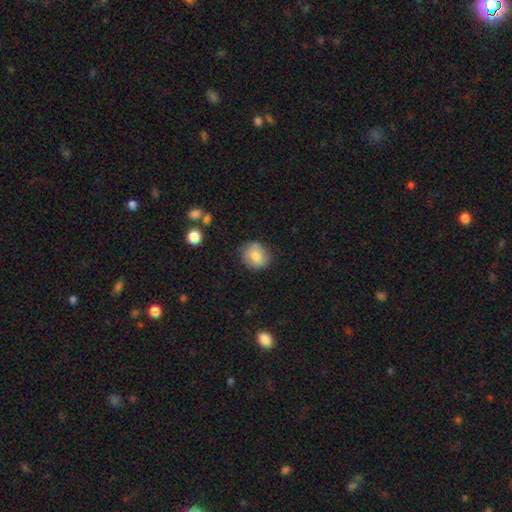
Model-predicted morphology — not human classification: Smooth or featured? smooth (78%)
How rounded? round (77%)
Merging? none (78%)